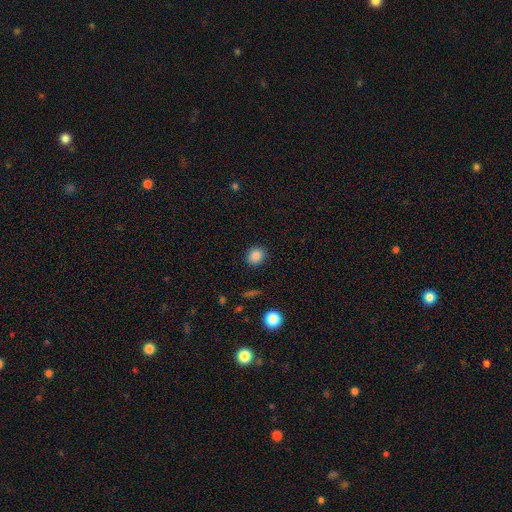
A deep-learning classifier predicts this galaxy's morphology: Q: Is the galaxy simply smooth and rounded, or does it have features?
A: smooth — 85%.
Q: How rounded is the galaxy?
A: round — 74%.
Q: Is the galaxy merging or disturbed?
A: none — 89%.